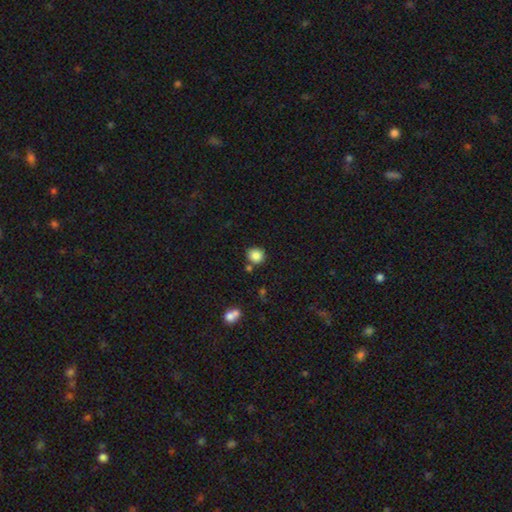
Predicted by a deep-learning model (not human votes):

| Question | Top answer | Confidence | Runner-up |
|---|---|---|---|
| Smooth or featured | smooth | 85% | star or artifact (10%) |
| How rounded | round | 87% | in between (12%) |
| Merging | none | 78% | merger (10%) |